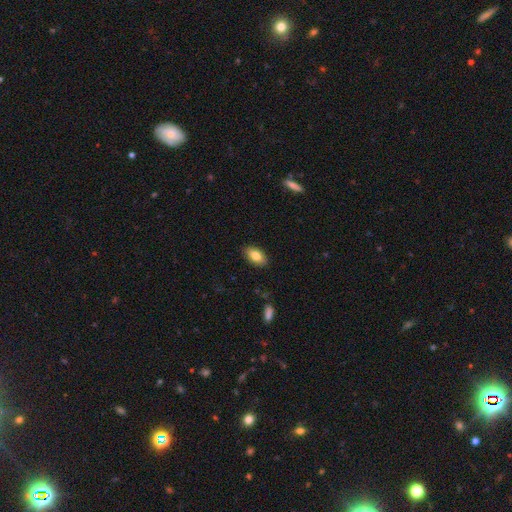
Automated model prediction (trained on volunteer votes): Q: Smooth or featured?
A: smooth (82%); runner-up: featured or disk (11%)
Q: How rounded?
A: in between (92%); runner-up: round (4%)
Q: Merging?
A: none (87%); runner-up: minor disturbance (10%)